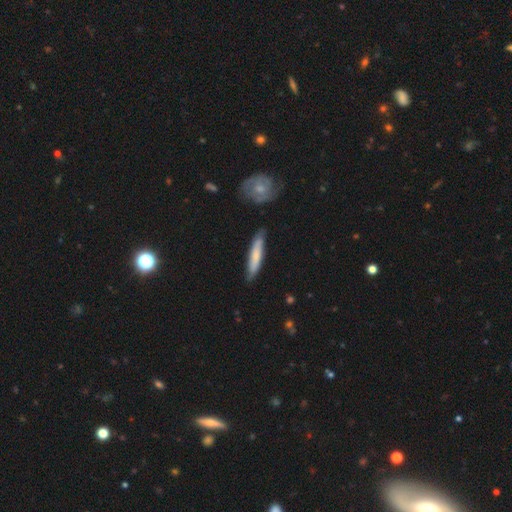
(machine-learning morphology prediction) Smooth or featured: smooth — 66% (featured or disk — 29%)
How rounded: cigar-shaped — 91% (in between — 8%)
Merging: none — 80% (minor disturbance — 15%)